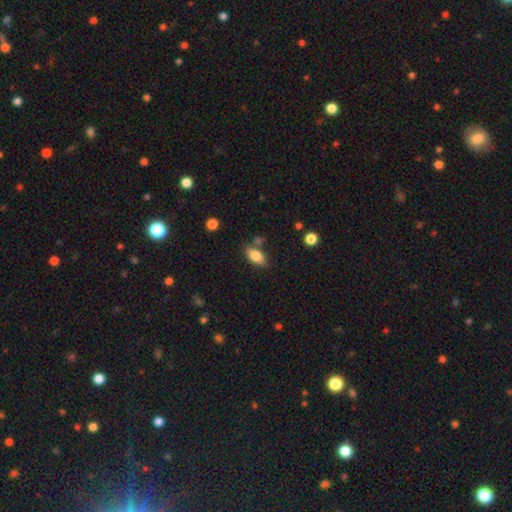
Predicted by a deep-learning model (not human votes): smooth-or-featured: smooth: 81% | featured or disk: 11% | star or artifact: 8%
  how-rounded: in between: 88% | cigar-shaped: 9% | round: 4%
  merging: none: 74% | minor disturbance: 14% | merger: 9% | major disturbance: 3%